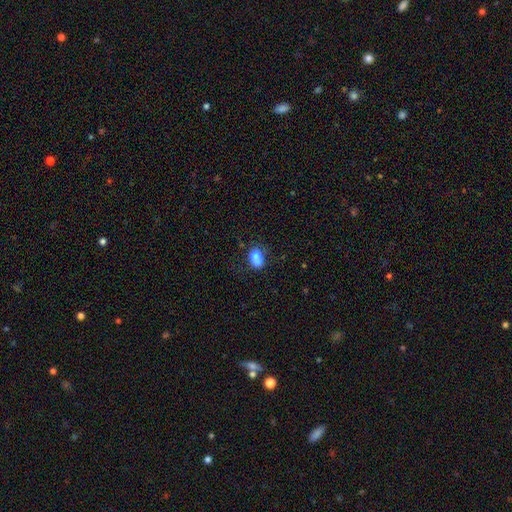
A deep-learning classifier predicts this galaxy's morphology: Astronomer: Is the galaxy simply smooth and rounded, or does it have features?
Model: smooth — 73%.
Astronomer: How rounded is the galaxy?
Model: in between — 58% (runner-up: round, 41%).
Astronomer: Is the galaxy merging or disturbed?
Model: merger — 39% (runner-up: none, 33%).